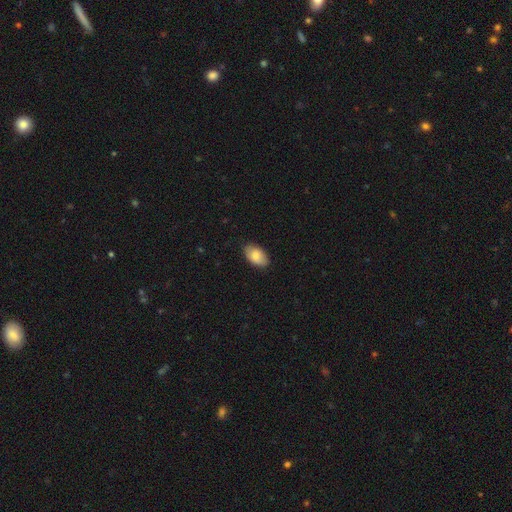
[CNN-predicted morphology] type=smooth (83%); roundness=in between (94%); merging=none (84%).